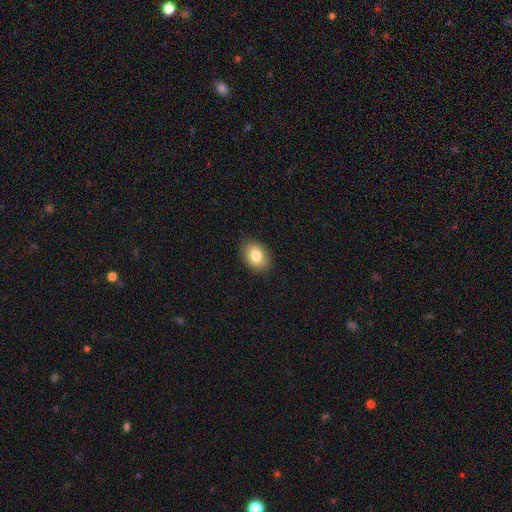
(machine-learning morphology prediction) type=smooth (82%); roundness=in between (76%); merging=none (88%).